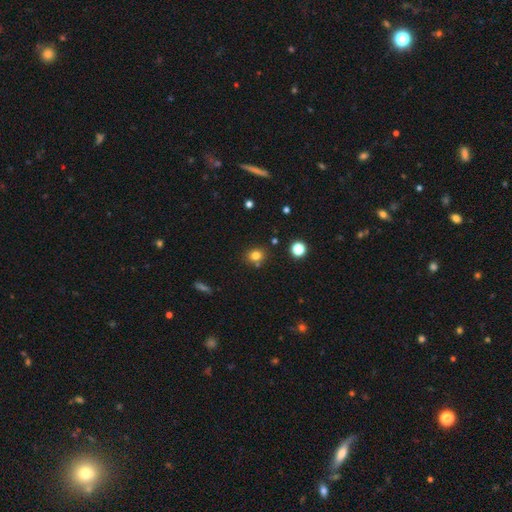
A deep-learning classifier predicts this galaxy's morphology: Smooth or featured: smooth — 78% (star or artifact — 15%)
How rounded: round — 70% (in between — 29%)
Merging: none — 79% (minor disturbance — 10%)